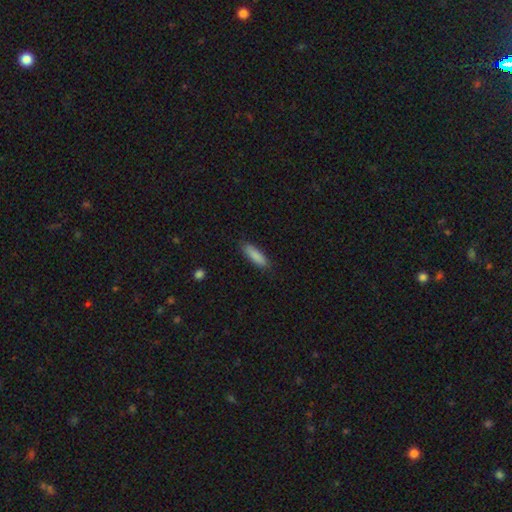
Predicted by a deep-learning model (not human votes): Smooth or featured? Predicted: smooth (p=0.88). How rounded? Predicted: cigar-shaped (p=0.57). Merging? Predicted: none (p=0.84).